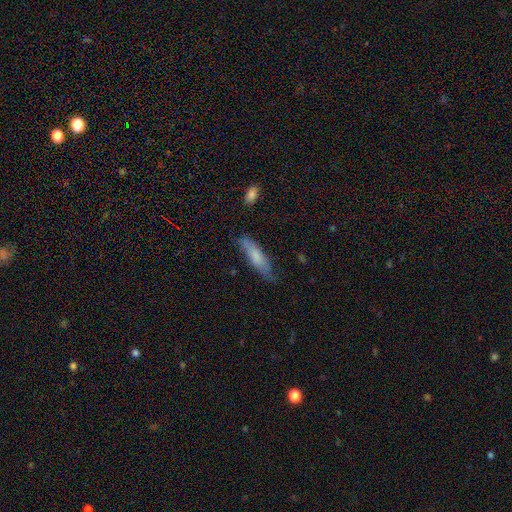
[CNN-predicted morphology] smooth_or_featured: smooth (p=0.72) [alt: featured or disk p=0.22]
how_rounded: cigar-shaped (p=0.69) [alt: in between p=0.29]
merging: none (p=0.69) [alt: minor disturbance p=0.24]